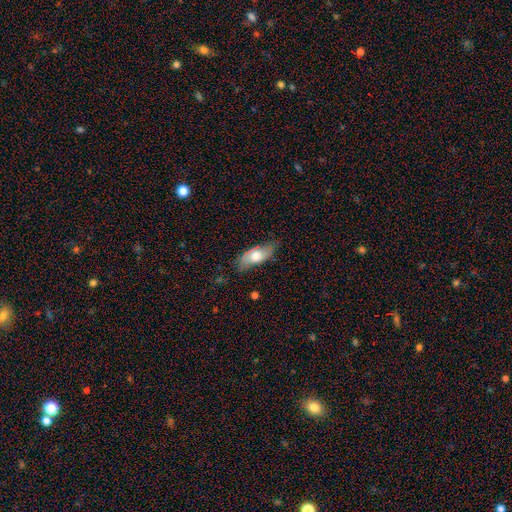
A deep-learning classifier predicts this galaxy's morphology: Smooth or featured: smooth — 61% (featured or disk — 33%)
How rounded: in between — 80% (cigar-shaped — 16%)
Merging: none — 66% (minor disturbance — 26%)